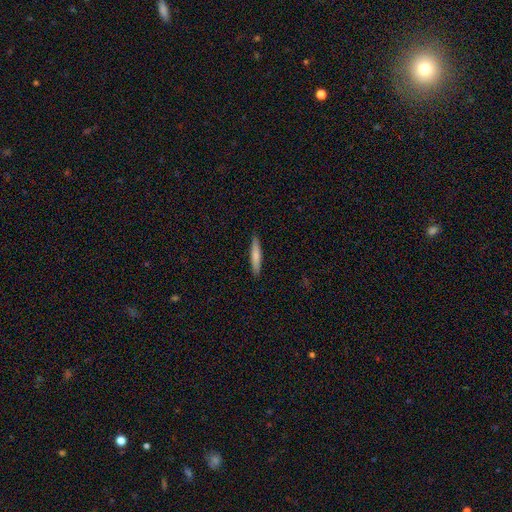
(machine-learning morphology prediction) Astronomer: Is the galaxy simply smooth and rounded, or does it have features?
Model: smooth — 76%.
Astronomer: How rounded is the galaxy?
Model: cigar-shaped — 90%.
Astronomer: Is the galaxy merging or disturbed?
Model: none — 90%.